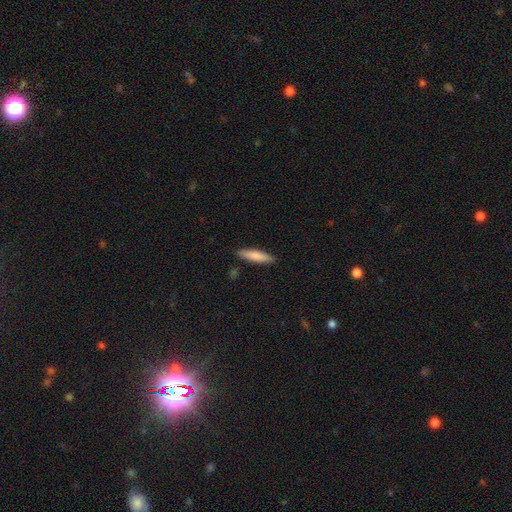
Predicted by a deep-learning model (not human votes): This is clearly a smooth galaxy (81%). How rounded: likely cigar-shaped (76%). Merging: clearly none (88%).